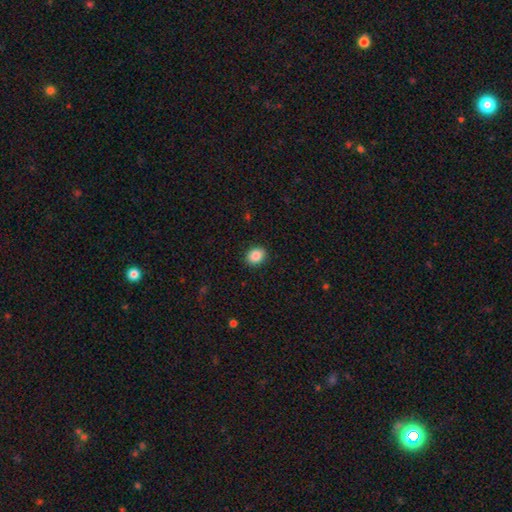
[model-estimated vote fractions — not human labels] Smooth or featured? smooth (87%)
How rounded? round (51%)
Merging? none (91%)